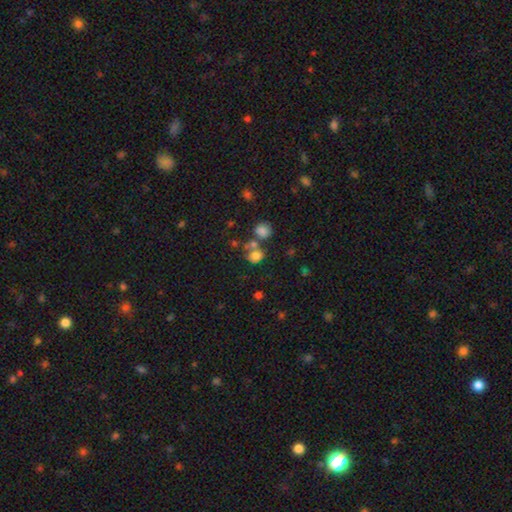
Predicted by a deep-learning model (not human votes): Overall: smooth (73%). How rounded: round (65%; in between 34%). Merging: none (46%; merger 35%).